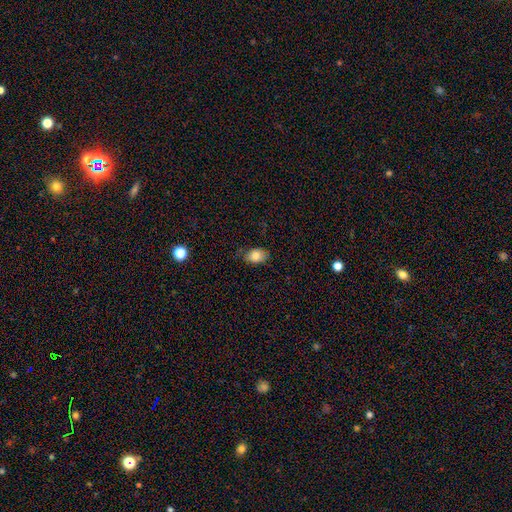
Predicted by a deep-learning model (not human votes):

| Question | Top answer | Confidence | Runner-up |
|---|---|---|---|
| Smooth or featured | smooth | 84% | star or artifact (8%) |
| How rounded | in between | 82% | round (16%) |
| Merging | none | 72% | minor disturbance (22%) |